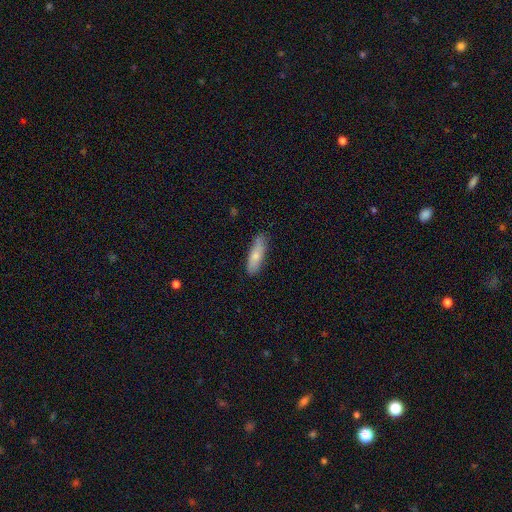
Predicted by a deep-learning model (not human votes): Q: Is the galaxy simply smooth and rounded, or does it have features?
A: smooth — 73%.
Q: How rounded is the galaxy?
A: cigar-shaped — 57%.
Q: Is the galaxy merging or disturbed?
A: none — 81%.